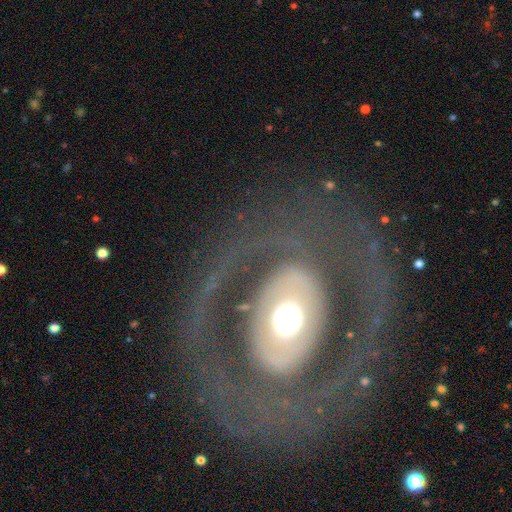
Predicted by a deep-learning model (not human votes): A featured or disk galaxy (72%) with no bar (70%), no spiral arms (63%) and a moderate central bulge (56%).

Vote fractions:
- Smooth or featured? featured or disk: 72% / smooth: 21% / star or artifact: 6%
- Edge-on disk? no: 94% / yes: 6%
- Bar? no: 70% / weak: 17% / strong: 13%
- Spiral arms? no: 63% / yes: 37%
- Bulge size? moderate: 56% / large: 30% / small: 8% / dominant: 5% / none: 1%
- Merging? none: 80% / minor disturbance: 10% / major disturbance: 9% / merger: 1%